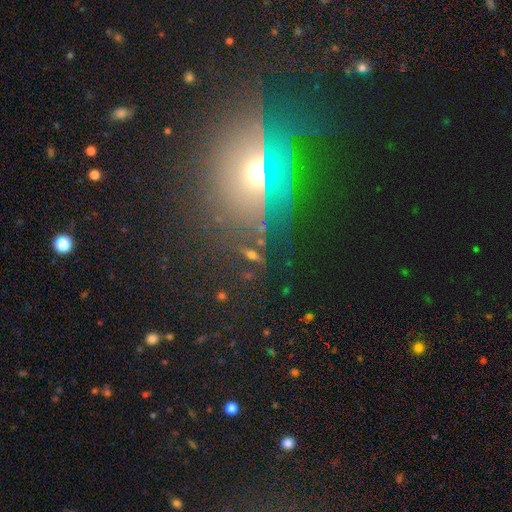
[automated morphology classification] Overall: star or artifact (51%; featured or disk 25%).